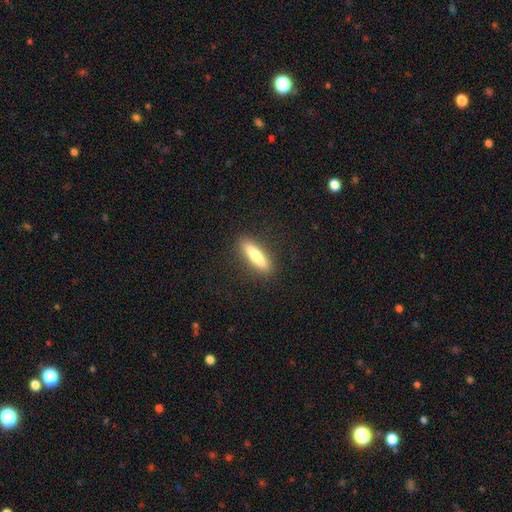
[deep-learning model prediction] Q: Smooth or featured?
A: smooth (76%); runner-up: featured or disk (18%)
Q: How rounded?
A: cigar-shaped (79%); runner-up: in between (20%)
Q: Merging?
A: none (89%); runner-up: minor disturbance (8%)